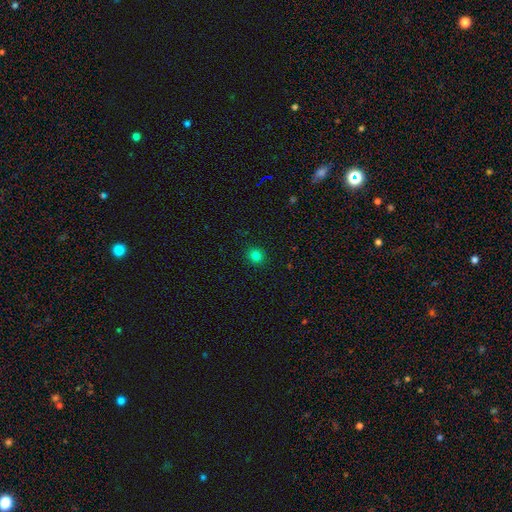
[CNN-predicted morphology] Smooth or featured? Predicted: smooth (p=0.80). How rounded? Predicted: round (p=0.87). Merging? Predicted: none (p=0.92).